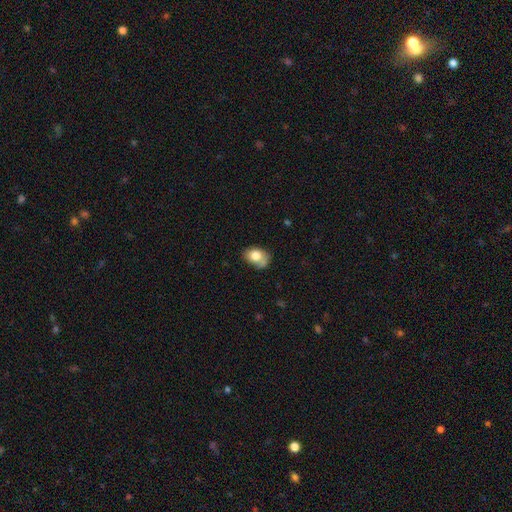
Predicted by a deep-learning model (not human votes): smooth_or_featured: smooth (p=0.76) [alt: featured or disk p=0.16]
how_rounded: in between (p=0.67) [alt: round p=0.32]
merging: none (p=0.47) [alt: minor disturbance p=0.31]